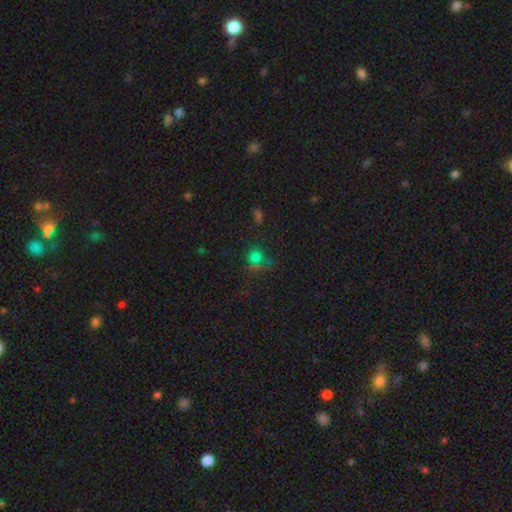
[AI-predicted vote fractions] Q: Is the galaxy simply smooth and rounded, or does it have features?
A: smooth — 55%.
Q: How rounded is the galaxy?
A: round — 82%.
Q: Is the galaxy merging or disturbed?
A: none — 58%.